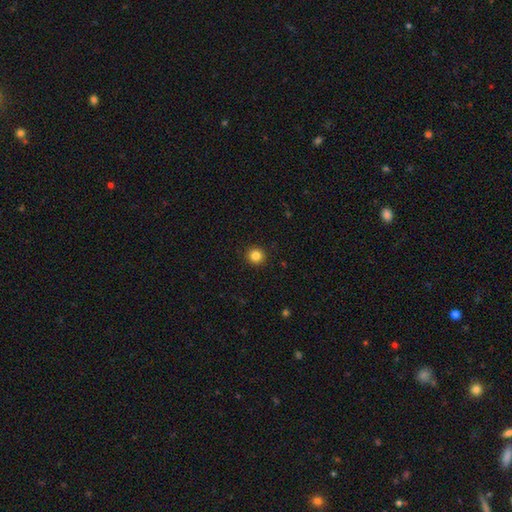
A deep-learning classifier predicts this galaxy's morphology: Smooth or featured: smooth — 84% (star or artifact — 11%)
How rounded: round — 95% (in between — 4%)
Merging: none — 93% (minor disturbance — 5%)